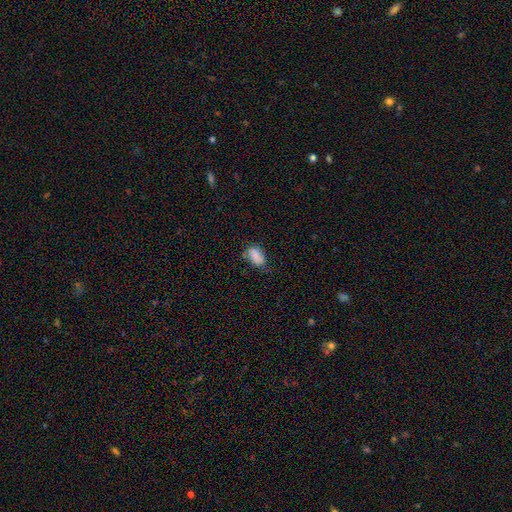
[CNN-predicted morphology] smooth-or-featured: smooth: 78% | featured or disk: 13% | star or artifact: 9%
  how-rounded: in between: 88% | round: 9% | cigar-shaped: 3%
  merging: none: 60% | minor disturbance: 29% | major disturbance: 8% | merger: 3%